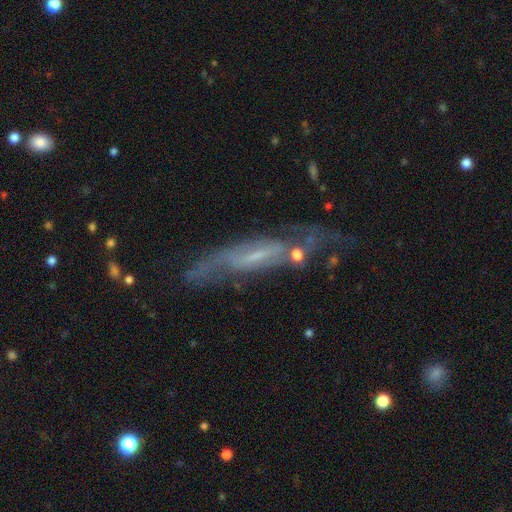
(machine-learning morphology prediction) The model was most divided on "edge-on disk": no: 62%, yes: 38%. More confident: smooth or featured — featured or disk (75%); merging — none (52%).